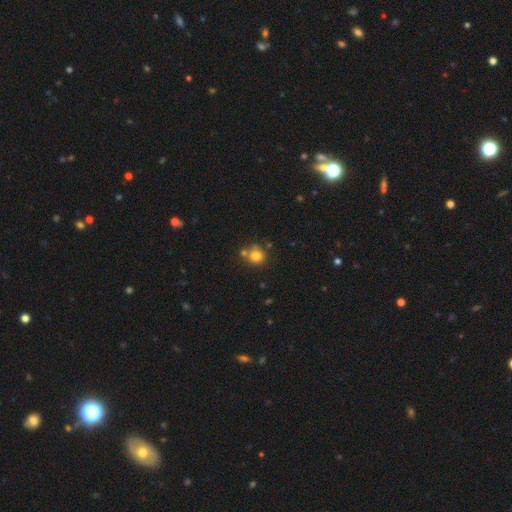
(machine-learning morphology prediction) The model was most divided on "merging": none: 63%, merger: 19%, minor disturbance: 13%, major disturbance: 4%. More confident: how rounded — round (85%); smooth or featured — smooth (79%).